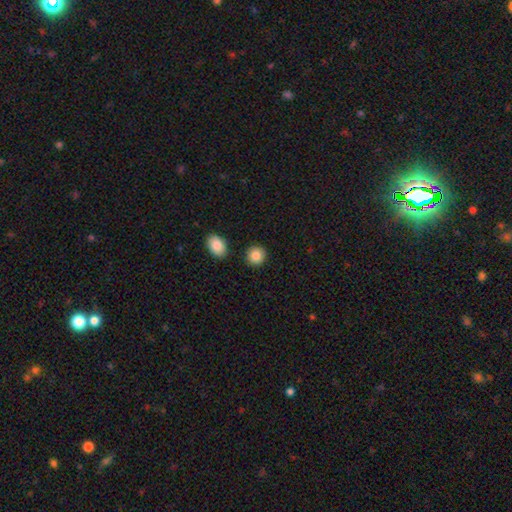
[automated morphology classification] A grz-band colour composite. It shows a smooth galaxy with no disk features (86%) that is round (87%). Merging: none (88%).